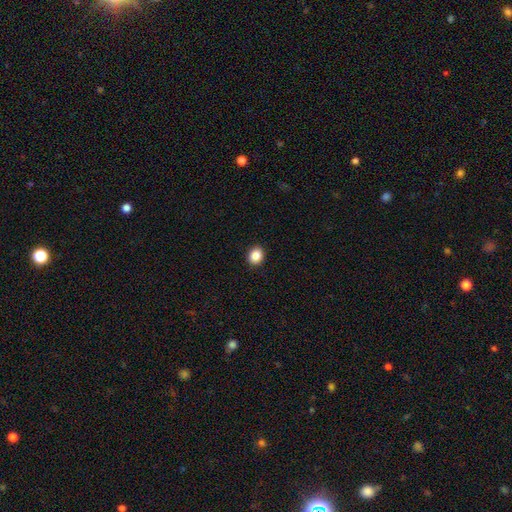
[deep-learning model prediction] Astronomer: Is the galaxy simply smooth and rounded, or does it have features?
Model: smooth — 88%.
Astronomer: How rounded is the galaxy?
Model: round — 62% (runner-up: in between, 37%).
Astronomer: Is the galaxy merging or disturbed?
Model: none — 91%.